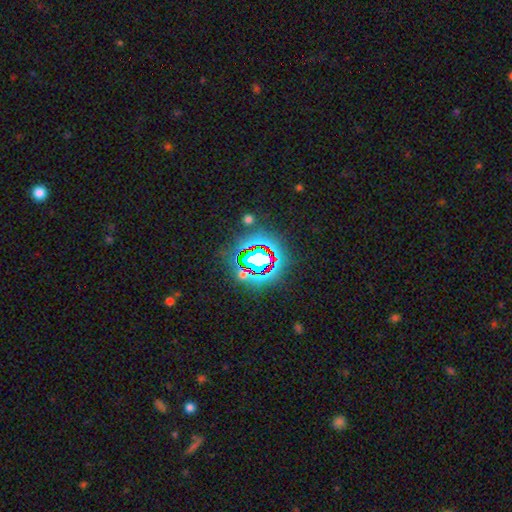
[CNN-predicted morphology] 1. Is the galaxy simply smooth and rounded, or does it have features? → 74% star or artifact, 16% smooth, 10% featured or disk.